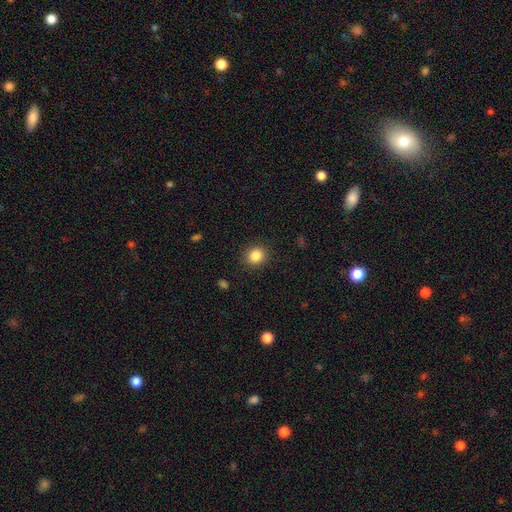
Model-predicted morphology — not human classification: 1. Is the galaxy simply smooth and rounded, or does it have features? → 85% smooth, 11% star or artifact, 5% featured or disk.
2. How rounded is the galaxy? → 84% round, 15% in between, 1% cigar-shaped.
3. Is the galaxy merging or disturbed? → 90% none, 7% minor disturbance, 2% major disturbance, 1% merger.